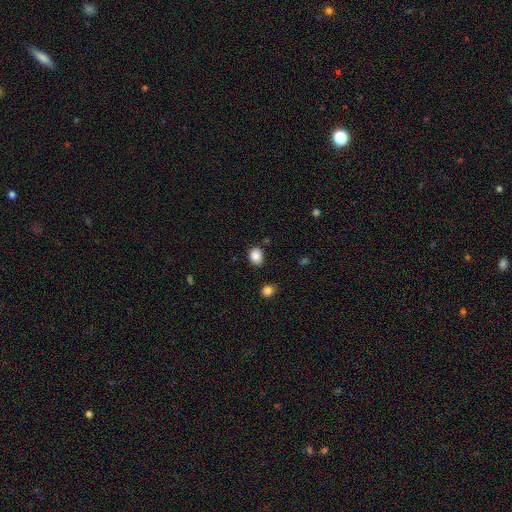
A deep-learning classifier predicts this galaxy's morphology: Overall: smooth (87%). How rounded: in between (56%; round 43%). Merging: none (77%).